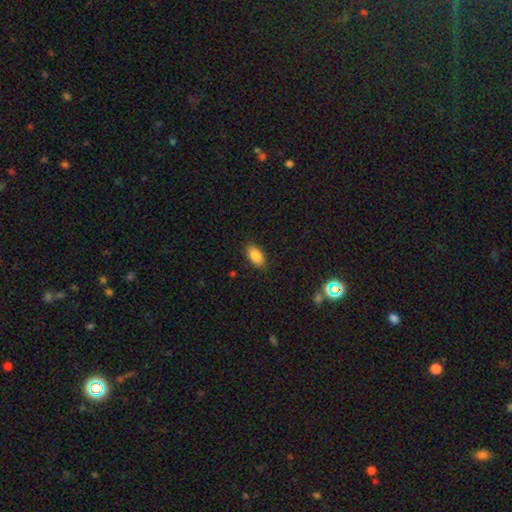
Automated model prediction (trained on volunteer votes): smooth 86%, star or artifact 8%, featured or disk 6%. Down the decision tree: how rounded — in between (92%); merging — none (87%).